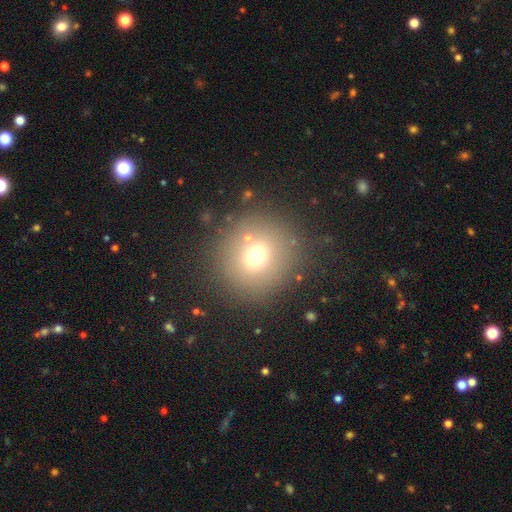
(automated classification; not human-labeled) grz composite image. It shows a smooth galaxy with no disk features (68%) that is round (90%). Merging: none (83%).